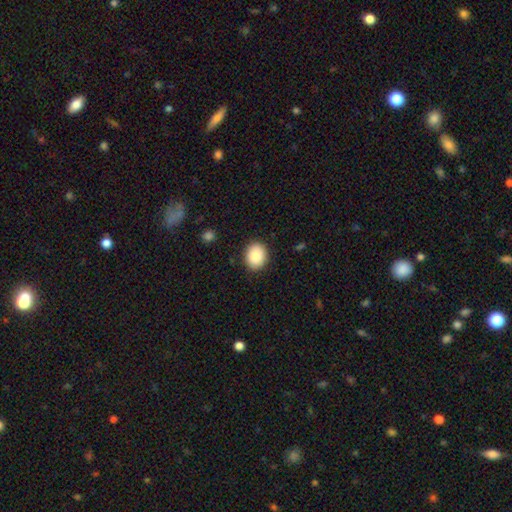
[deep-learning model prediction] Smooth or featured: smooth — 87% (star or artifact — 8%)
How rounded: round — 59% (in between — 40%)
Merging: none — 89% (minor disturbance — 8%)